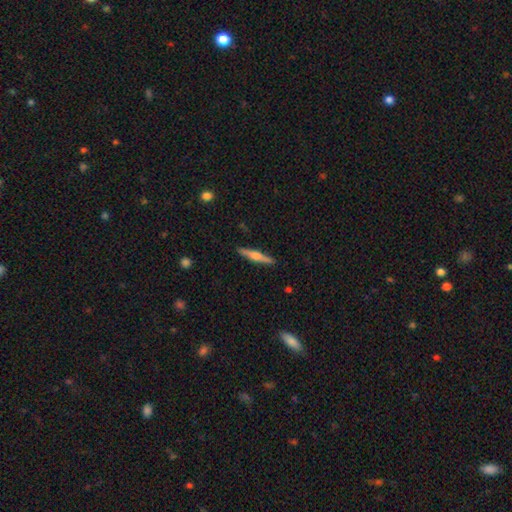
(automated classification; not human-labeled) Morphology: type=featured or disk (57%); edge-on=yes (97%); edge-on bulge=rounded (82%); merging=none (91%).